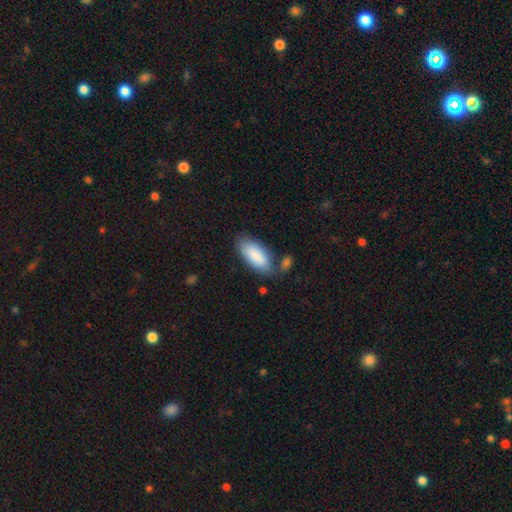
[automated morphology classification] The model was most divided on "merging": none: 62%, minor disturbance: 20%, merger: 12%, major disturbance: 6%. More confident: how rounded — in between (88%); smooth or featured — smooth (86%).